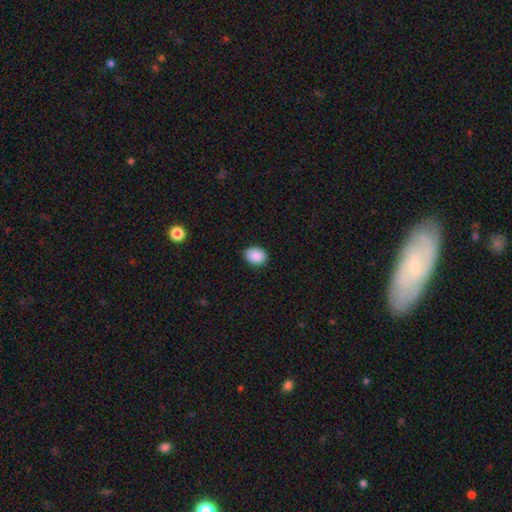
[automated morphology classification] Smooth or featured: smooth — 90% (star or artifact — 7%)
How rounded: in between — 71% (round — 28%)
Merging: none — 88% (minor disturbance — 9%)